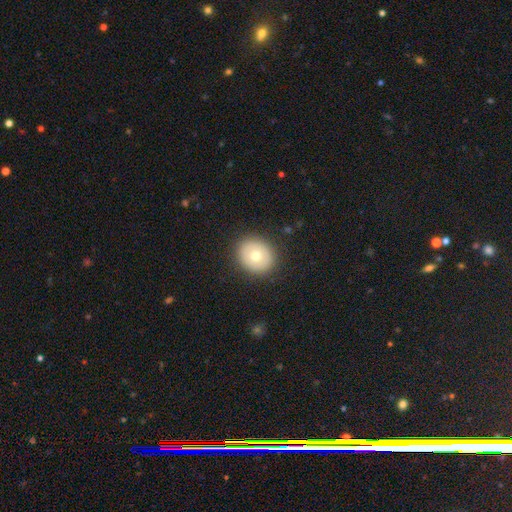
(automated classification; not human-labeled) Smooth or featured? smooth (65%)
How rounded? round (80%)
Merging? none (89%)